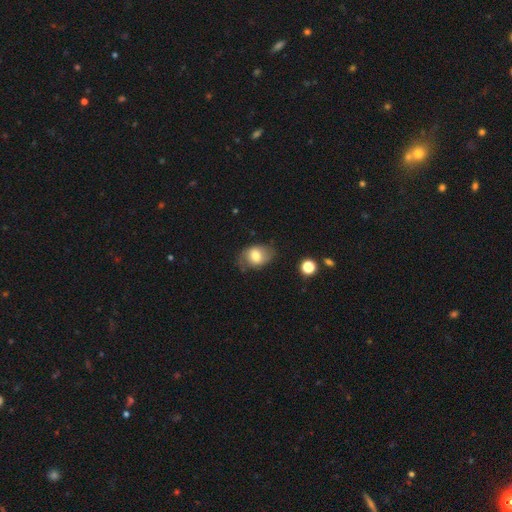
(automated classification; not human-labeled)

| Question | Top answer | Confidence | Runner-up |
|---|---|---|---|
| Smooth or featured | smooth | 69% | featured or disk (22%) |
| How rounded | in between | 72% | round (27%) |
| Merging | none | 63% | minor disturbance (26%) |